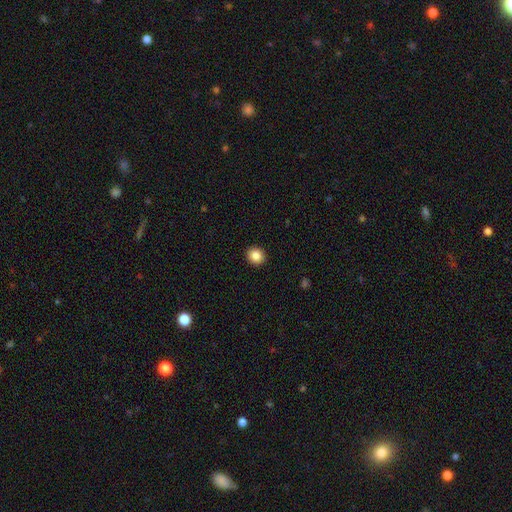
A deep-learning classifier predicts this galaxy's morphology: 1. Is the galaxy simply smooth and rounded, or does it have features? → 86% smooth, 10% star or artifact, 5% featured or disk.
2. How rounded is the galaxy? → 82% round, 17% in between, 1% cigar-shaped.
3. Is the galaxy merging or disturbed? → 93% none, 5% minor disturbance, 2% major disturbance, 1% merger.